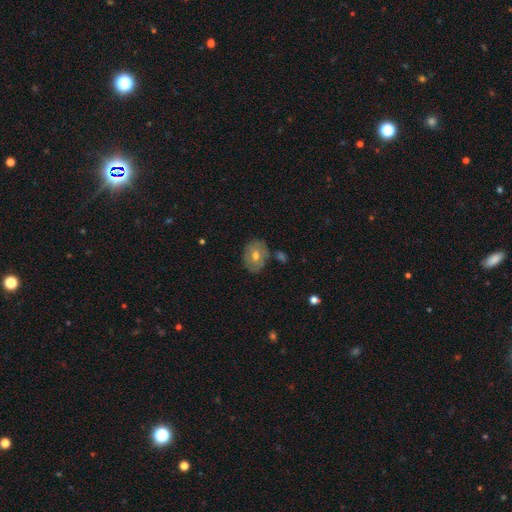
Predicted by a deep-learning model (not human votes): A smooth galaxy with no disk features (55%) that is in between round and cigar-shaped (54%). Merging: none (76%).